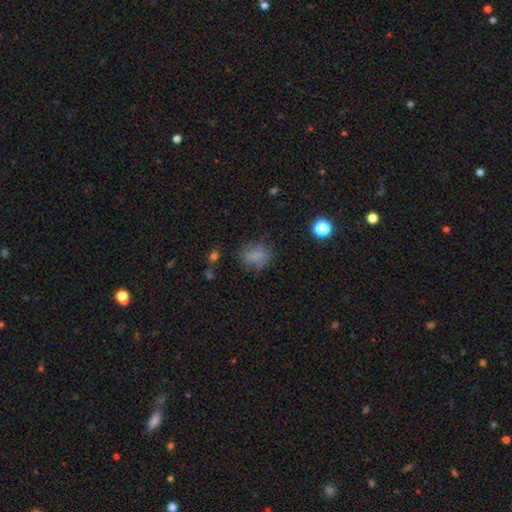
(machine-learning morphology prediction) The model was most divided on "how rounded" (2-way tie): round: 49%, in between: 49%, cigar-shaped: 2%. More confident: smooth or featured — smooth (72%); merging — none (70%).